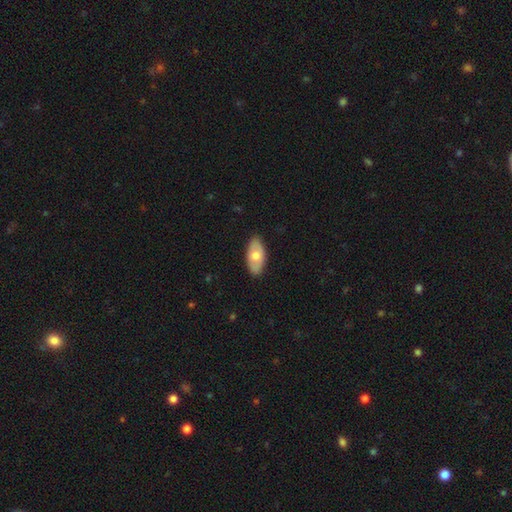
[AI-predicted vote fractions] Smooth or featured: smooth — 60% (featured or disk — 34%)
How rounded: in between — 93% (round — 4%)
Merging: none — 85% (minor disturbance — 11%)